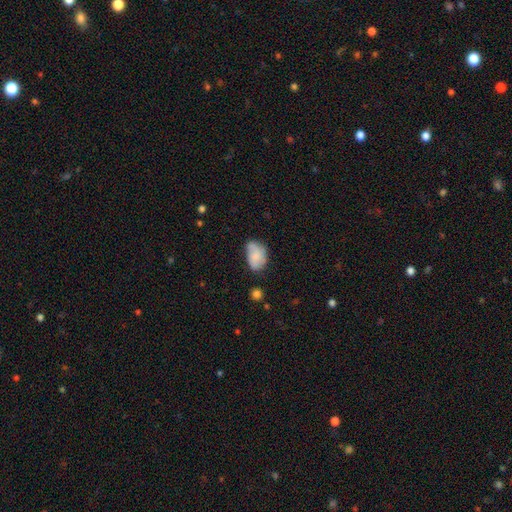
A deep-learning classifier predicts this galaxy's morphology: Overall: smooth (70%). How rounded: in between (86%). Merging: none (46%; minor disturbance 36%).